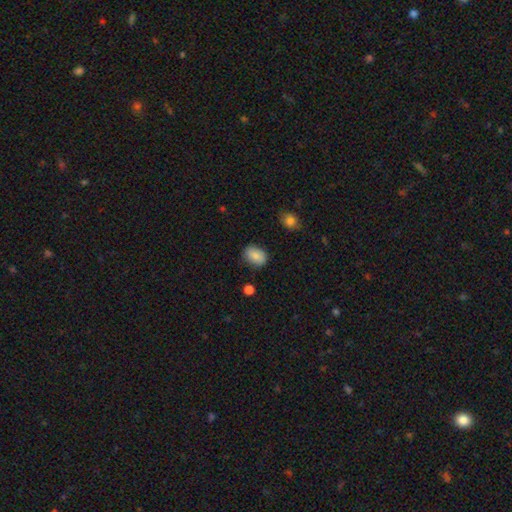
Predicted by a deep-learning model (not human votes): A smooth galaxy with no disk features (86%) that is in between round and cigar-shaped (77%).

Vote fractions:
- Smooth or featured? smooth: 86% / star or artifact: 8% / featured or disk: 6%
- How rounded? in between: 77% / round: 22% / cigar-shaped: 1%
- Merging? none: 82% / minor disturbance: 13% / major disturbance: 3% / merger: 2%